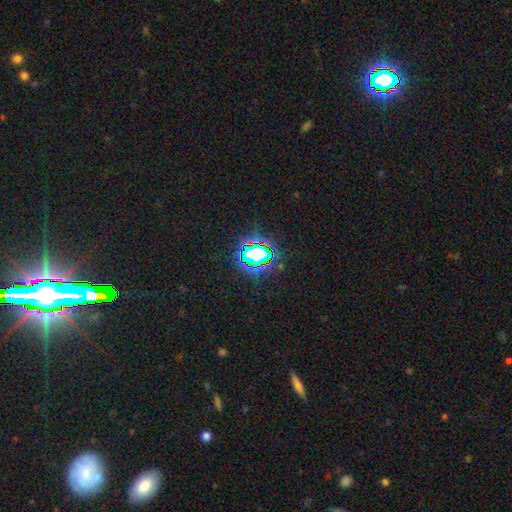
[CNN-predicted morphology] Smooth or featured? star or artifact (73%)